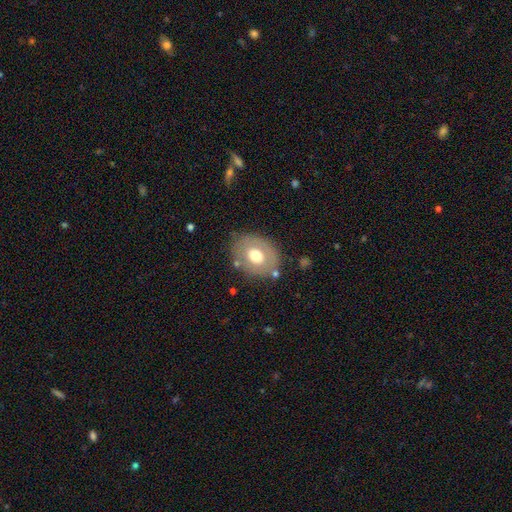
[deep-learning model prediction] Smooth or featured?
  - smooth: 56% *
  - featured or disk: 37%
  - star or artifact: 7%
How rounded?
  - in between: 57% *
  - round: 42%
  - cigar-shaped: 1%
Merging?
  - none: 76% *
  - minor disturbance: 15%
  - major disturbance: 6%
  - merger: 4%